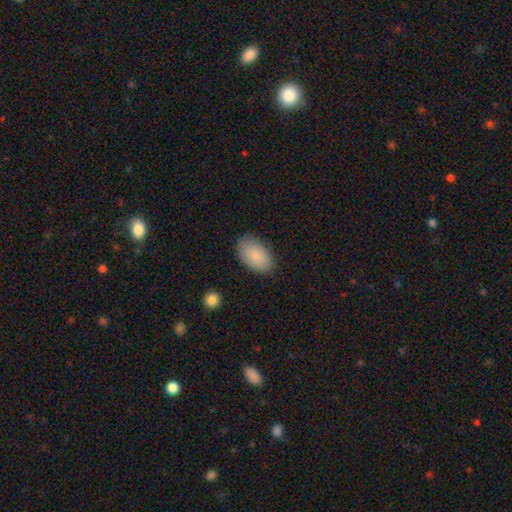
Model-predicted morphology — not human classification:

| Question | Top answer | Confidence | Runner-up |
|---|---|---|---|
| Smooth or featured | smooth | 86% | featured or disk (7%) |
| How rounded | in between | 94% | round (5%) |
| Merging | none | 85% | minor disturbance (11%) |